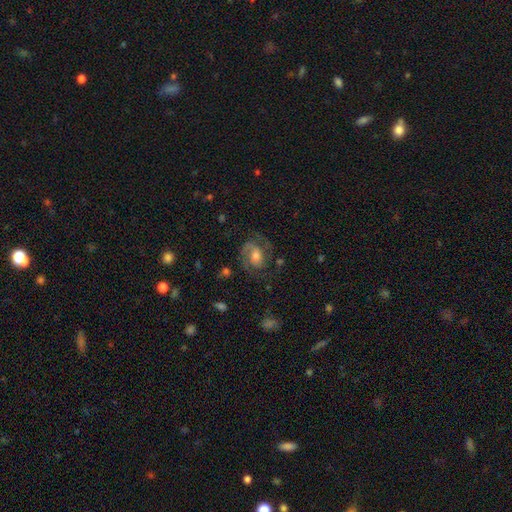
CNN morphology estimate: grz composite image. It shows a featured or disk galaxy (80%) with no bar (48%), 2 (83%) medium (50%) spiral arms (95%) and a moderate central bulge (58%). Merging: none (71%).